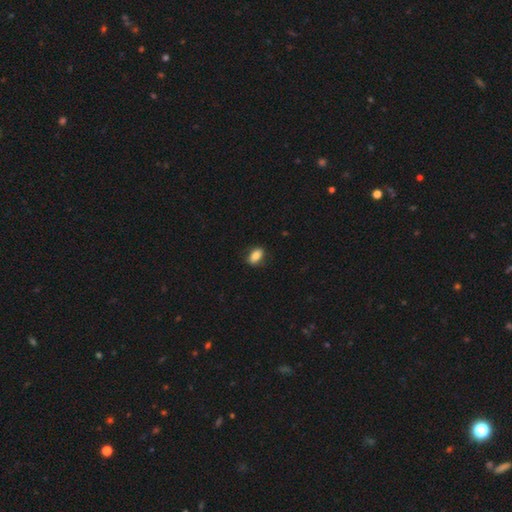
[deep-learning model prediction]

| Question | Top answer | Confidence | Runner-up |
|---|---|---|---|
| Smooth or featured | smooth | 84% | featured or disk (8%) |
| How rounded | in between | 87% | round (8%) |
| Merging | none | 83% | minor disturbance (13%) |